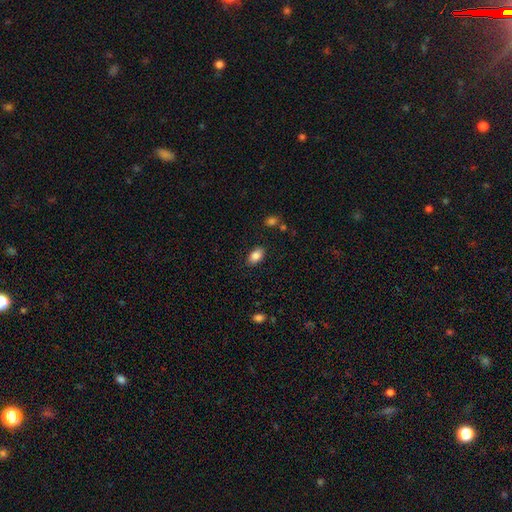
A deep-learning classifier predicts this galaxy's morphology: smooth_or_featured: smooth (p=0.85) [alt: star or artifact p=0.08]
how_rounded: in between (p=0.91) [alt: round p=0.07]
merging: none (p=0.86) [alt: minor disturbance p=0.10]